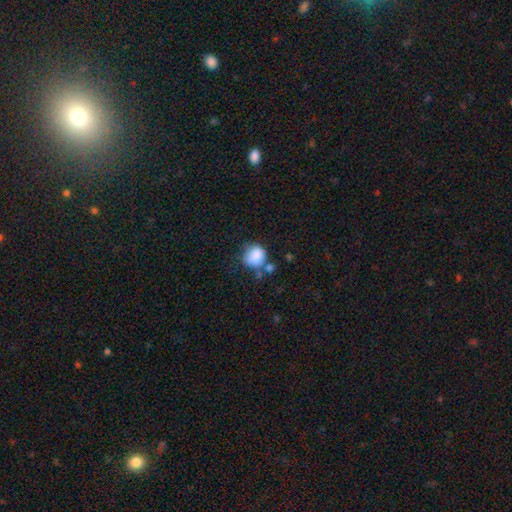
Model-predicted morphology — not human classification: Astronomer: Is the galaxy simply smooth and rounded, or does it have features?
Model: smooth — 84%.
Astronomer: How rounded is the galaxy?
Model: round — 75%.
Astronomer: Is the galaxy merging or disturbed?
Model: none — 50%.